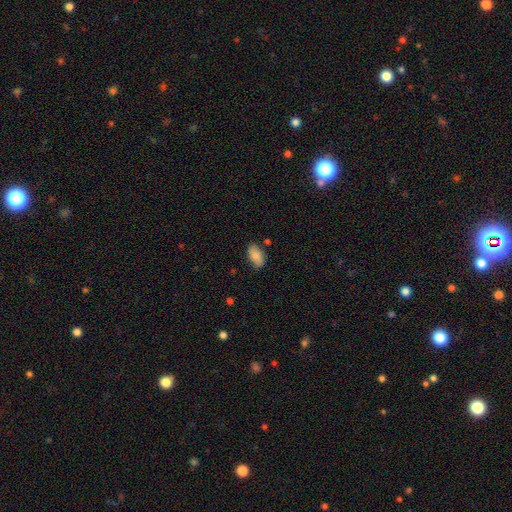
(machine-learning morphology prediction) smooth_or_featured: smooth (p=0.85) [alt: featured or disk p=0.08]
how_rounded: in between (p=0.94) [alt: round p=0.03]
merging: none (p=0.79) [alt: minor disturbance p=0.15]